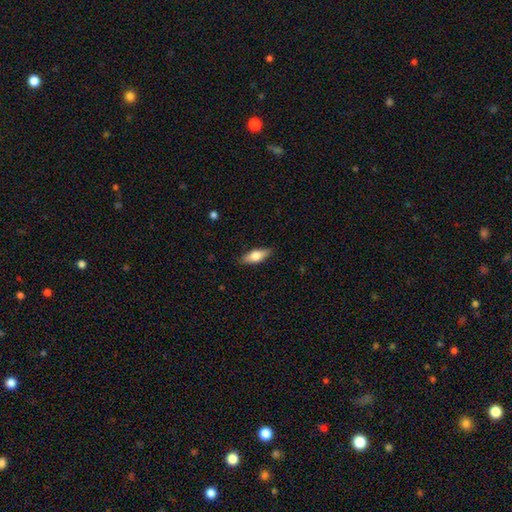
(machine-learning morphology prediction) The model was most divided on "how rounded": in between: 66%, cigar-shaped: 31%, round: 3%. More confident: merging — none (87%); smooth or featured — smooth (65%).